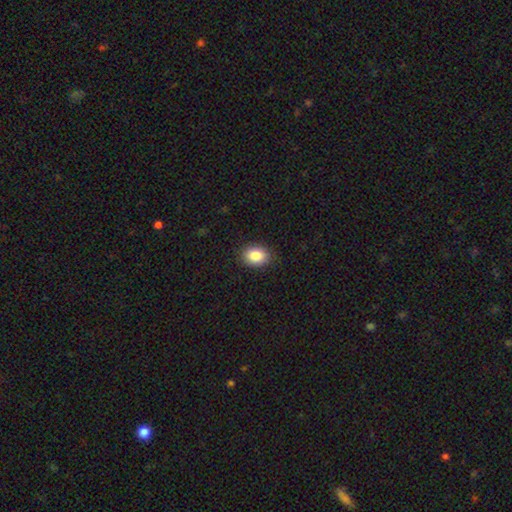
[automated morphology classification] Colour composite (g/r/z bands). It shows a smooth galaxy with no disk features (85%) that is in between round and cigar-shaped (71%). Merging: none (88%).